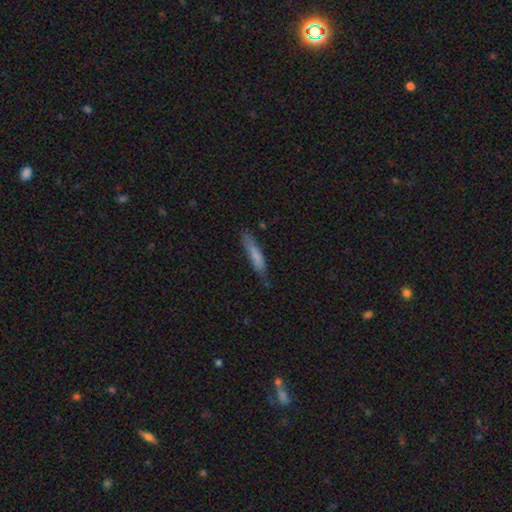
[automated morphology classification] A smooth galaxy with no disk features (76%) that is cigar-shaped (90%).

Vote fractions:
- Smooth or featured? smooth: 76% / featured or disk: 17% / star or artifact: 6%
- How rounded? cigar-shaped: 90% / in between: 9% / round: 1%
- Merging? none: 76% / minor disturbance: 18% / major disturbance: 3% / merger: 2%